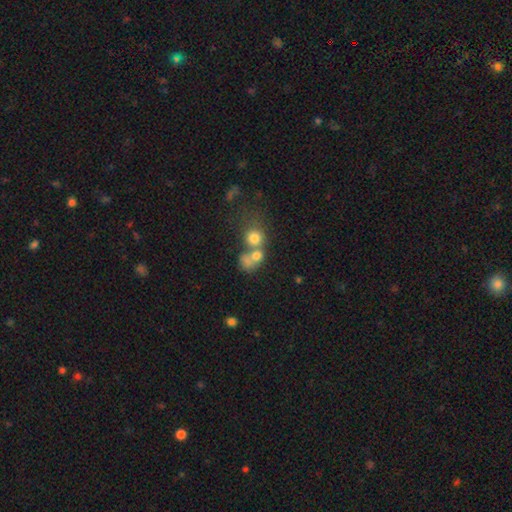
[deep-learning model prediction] Smooth or featured?
  - smooth: 54% *
  - star or artifact: 24%
  - featured or disk: 22%
How rounded?
  - round: 68% *
  - in between: 30%
  - cigar-shaped: 3%
Merging?
  - merger: 57% *
  - none: 30%
  - minor disturbance: 7%
  - major disturbance: 6%